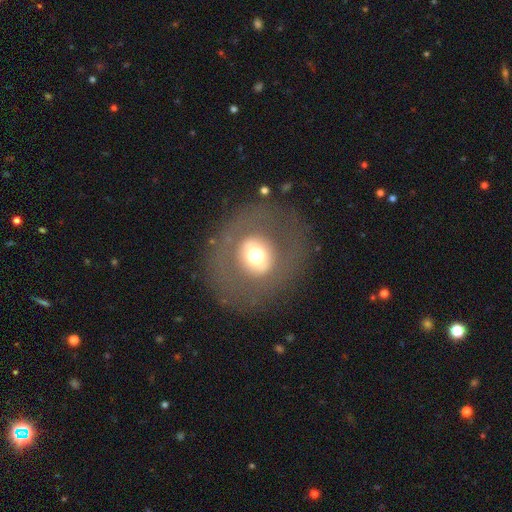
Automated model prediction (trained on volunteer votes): Smooth or featured? smooth (49%)
Merging? none (76%)